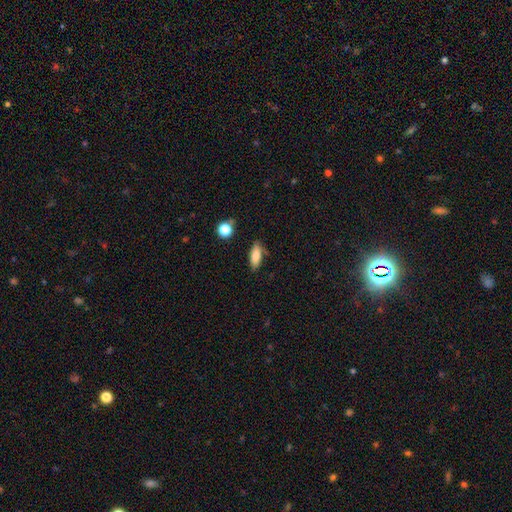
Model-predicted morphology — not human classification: smooth_or_featured: smooth (p=0.83) [alt: featured or disk p=0.09]
how_rounded: in between (p=0.69) [alt: cigar-shaped p=0.28]
merging: none (p=0.79) [alt: minor disturbance p=0.16]